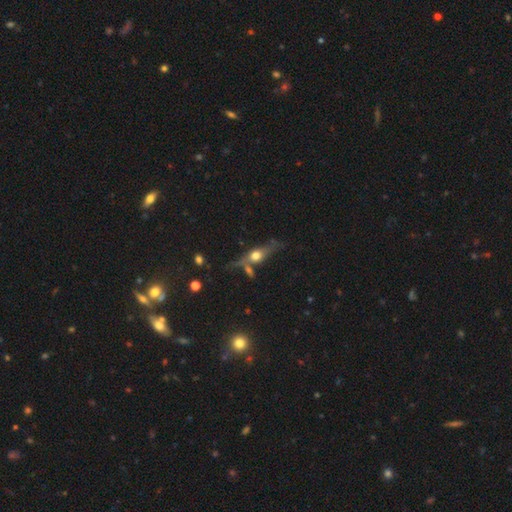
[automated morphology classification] This appears to be a featured or disk galaxy (59%) viewed edge-on (84%). Merging: none (60%).